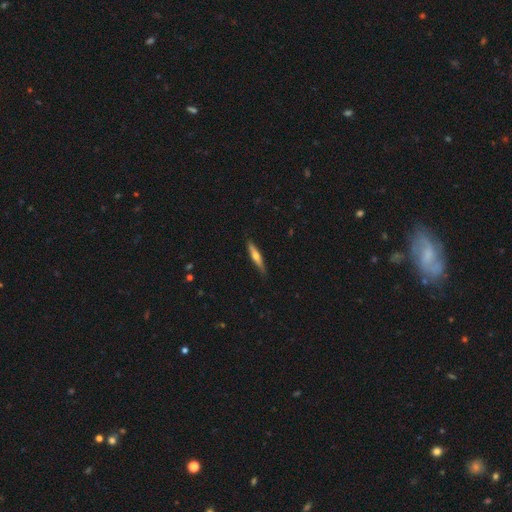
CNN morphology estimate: This appears to be a featured or disk galaxy (49%). Merging: none (86%).